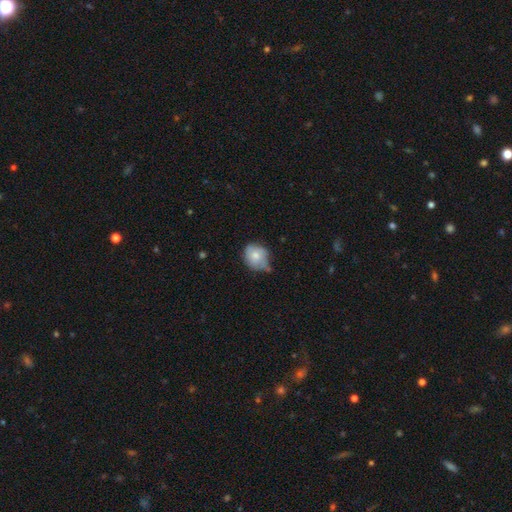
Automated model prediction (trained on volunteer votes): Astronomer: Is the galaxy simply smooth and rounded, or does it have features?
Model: smooth — 70%.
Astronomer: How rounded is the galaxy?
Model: round — 66%.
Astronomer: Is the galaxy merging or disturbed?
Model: none — 43% (runner-up: minor disturbance, 40%).